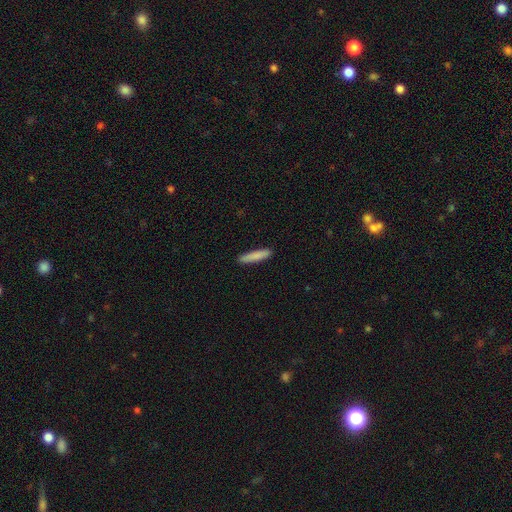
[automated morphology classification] smooth-or-featured: smooth: 84% | featured or disk: 10% | star or artifact: 6%
  how-rounded: cigar-shaped: 90% | in between: 9% | round: 1%
  merging: none: 91% | minor disturbance: 7% | major disturbance: 1% | merger: 1%